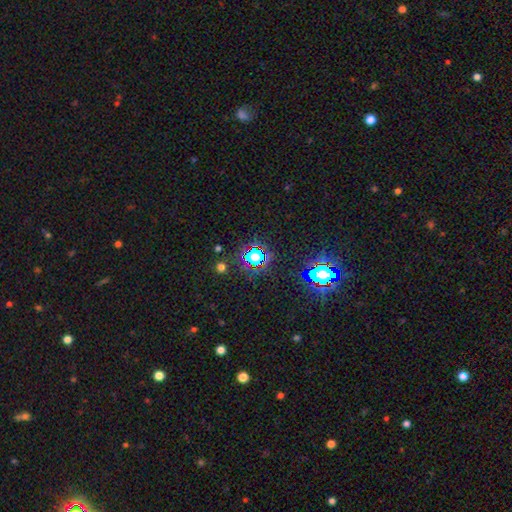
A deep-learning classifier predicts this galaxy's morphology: Smooth or featured? star or artifact (61%)